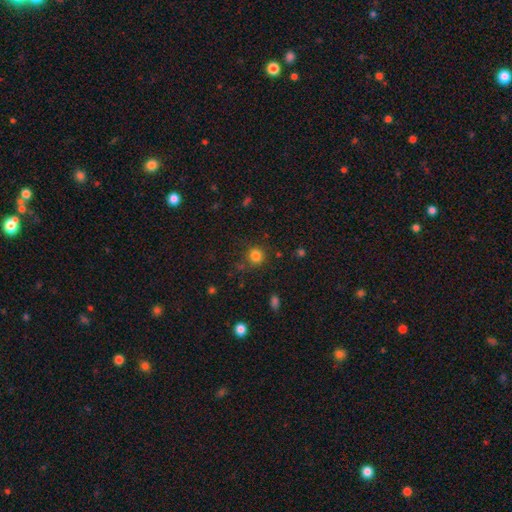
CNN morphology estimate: type=smooth (81%); roundness=round (87%); merging=none (79%).